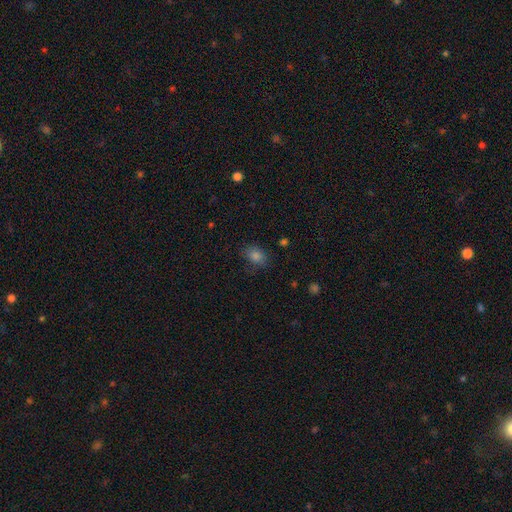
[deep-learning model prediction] This is clearly a smooth galaxy (80%). How rounded: likely in between (70%). Merging: likely none (75%).